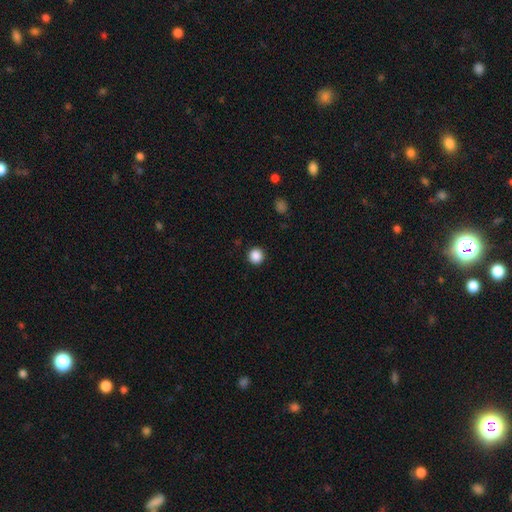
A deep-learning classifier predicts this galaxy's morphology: This appears to be a smooth galaxy with no disk features (87%) that is round (95%). Merging: none (92%).